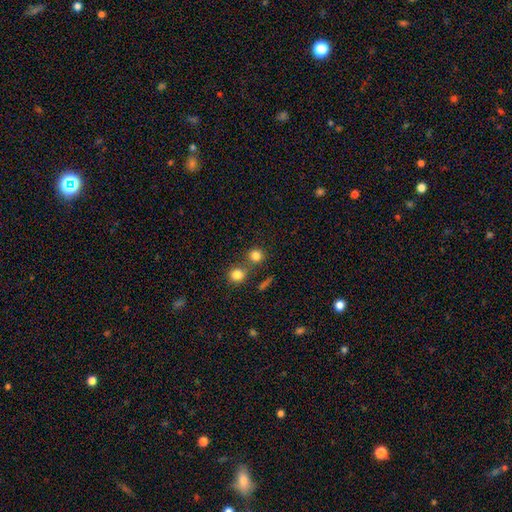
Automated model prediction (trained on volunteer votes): Overall: smooth (81%). How rounded: round (90%). Merging: none (62%; merger 28%).